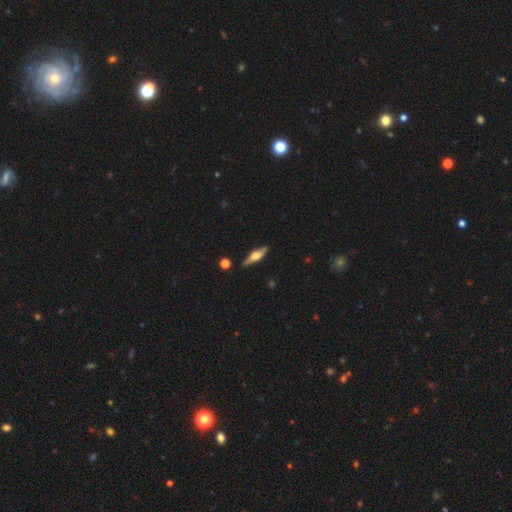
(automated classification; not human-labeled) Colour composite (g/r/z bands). It shows a featured or disk galaxy (50%) viewed edge-on (90%). Merging: none (87%).